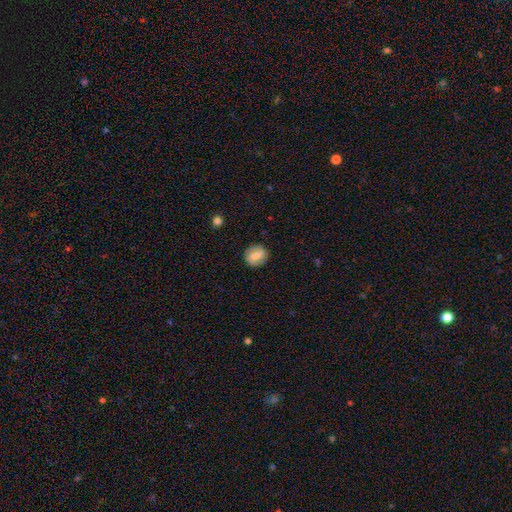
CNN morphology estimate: The model was most divided on "smooth or featured": smooth: 56%, featured or disk: 36%, star or artifact: 8%. More confident: merging — none (87%); how rounded — round (80%).